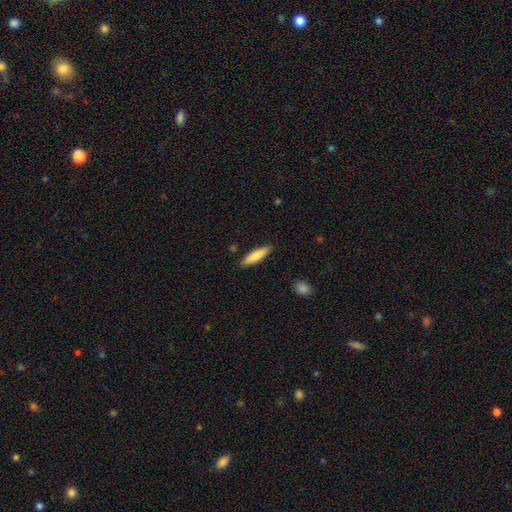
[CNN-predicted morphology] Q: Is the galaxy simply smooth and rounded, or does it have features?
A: smooth — 79%.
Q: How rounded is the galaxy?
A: cigar-shaped — 71%.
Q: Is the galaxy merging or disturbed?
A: none — 89%.